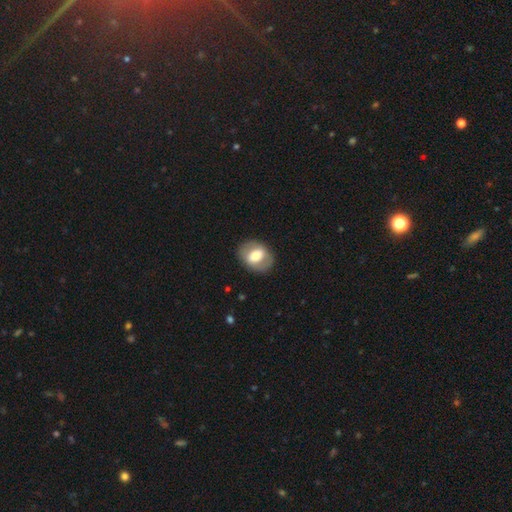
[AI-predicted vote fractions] This is possibly a smooth galaxy (56%). How rounded: likely in between (62%). Merging: clearly none (83%).